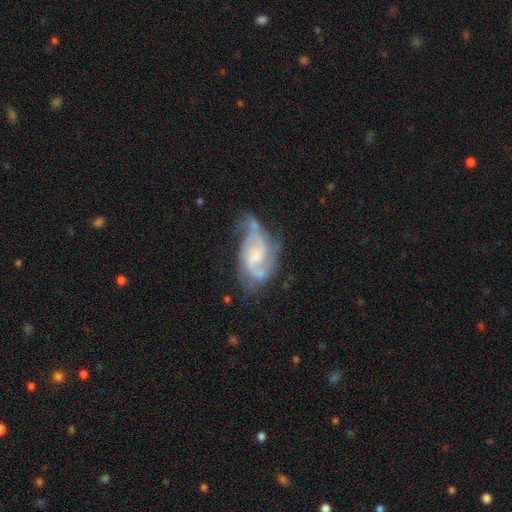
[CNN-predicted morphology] Smooth or featured?
  - featured or disk: 81% *
  - smooth: 12%
  - star or artifact: 7%
Edge-on disk?
  - no: 97% *
  - yes: 3%
Bar?
  - weak: 47% *
  - no: 42%
  - strong: 12%
Spiral arms?
  - yes: 91% *
  - no: 9%
Spiral winding?
  - medium: 49% *
  - tight: 26%
  - loose: 25%
Spiral arm count?
  - 2: 64% *
  - can't tell: 15%
  - 3: 11%
  - 1: 5%
  - 4: 2%
  - more than 4: 2%
Bulge size?
  - moderate: 38% *
  - small: 31%
  - none: 20%
  - large: 9%
  - dominant: 2%
Merging?
  - none: 38% *
  - minor disturbance: 28%
  - major disturbance: 26%
  - merger: 8%